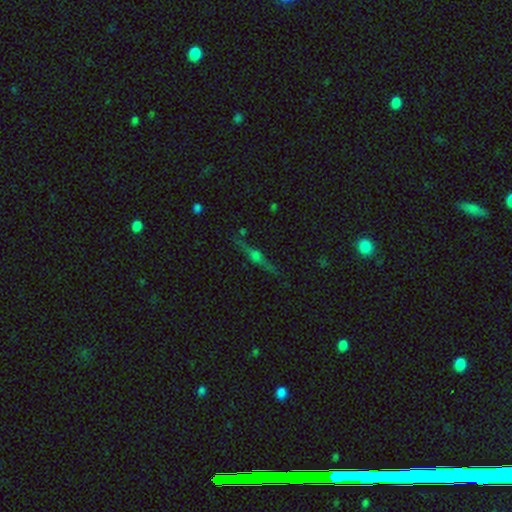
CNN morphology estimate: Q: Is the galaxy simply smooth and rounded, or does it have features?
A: featured or disk — 74%.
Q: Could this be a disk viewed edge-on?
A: yes — 97%.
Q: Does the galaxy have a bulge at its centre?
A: rounded — 91%.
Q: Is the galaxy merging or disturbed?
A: none — 88%.